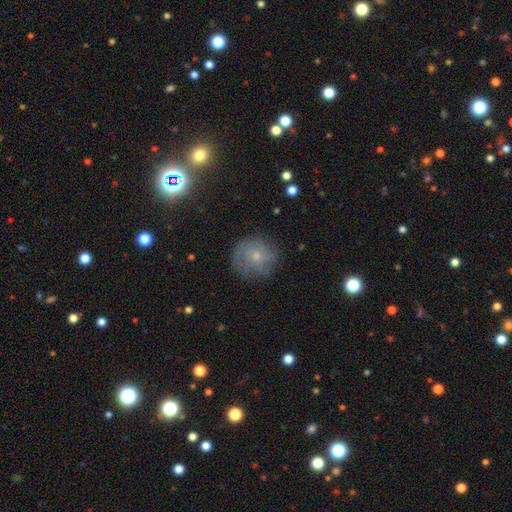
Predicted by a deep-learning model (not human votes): Smooth or featured: smooth — 47% (featured or disk — 39%)
Merging: none — 75% (minor disturbance — 16%)